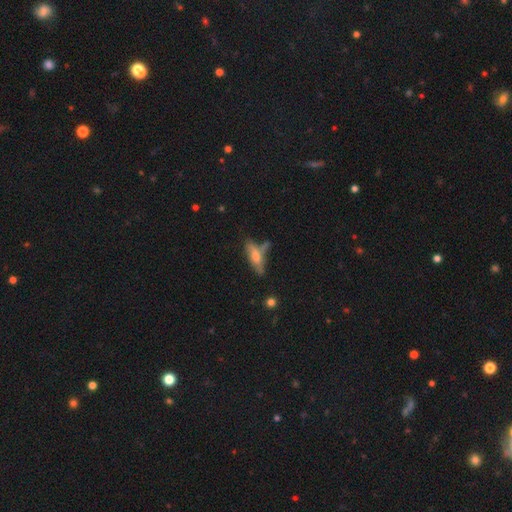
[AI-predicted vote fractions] Smooth or featured: smooth — 49% (featured or disk — 42%)
Merging: none — 54% (minor disturbance — 23%)